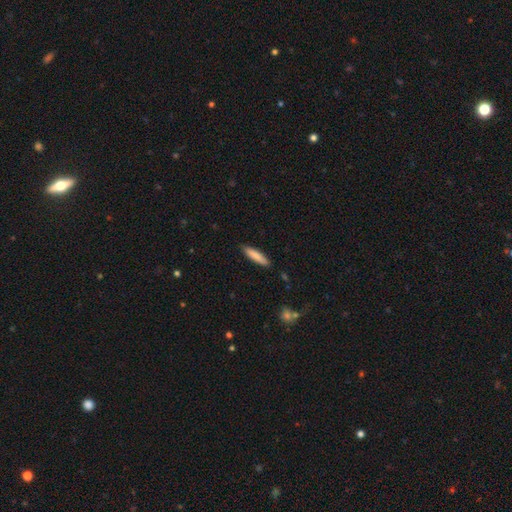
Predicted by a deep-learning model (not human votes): Overall: smooth (83%). How rounded: cigar-shaped (82%). Merging: none (88%).